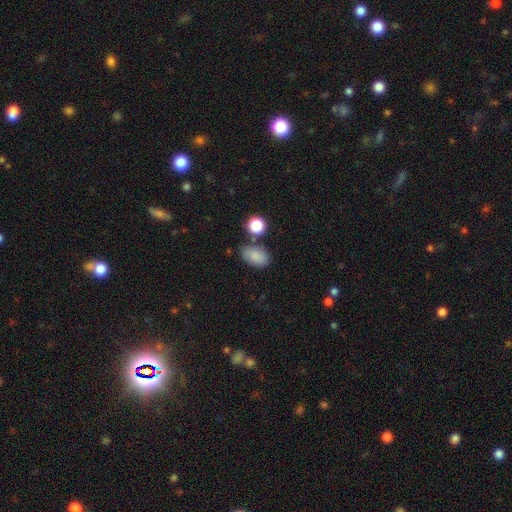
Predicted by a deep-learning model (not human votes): Q: Smooth or featured?
A: smooth (85%); runner-up: star or artifact (9%)
Q: How rounded?
A: in between (89%); runner-up: round (10%)
Q: Merging?
A: none (71%); runner-up: minor disturbance (15%)